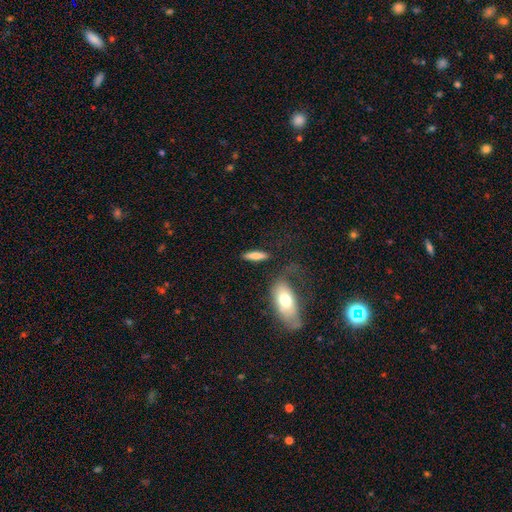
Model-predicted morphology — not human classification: smooth-or-featured: smooth: 76% | featured or disk: 18% | star or artifact: 6%
  how-rounded: cigar-shaped: 69% | in between: 28% | round: 3%
  merging: none: 78% | minor disturbance: 12% | merger: 5% | major disturbance: 5%